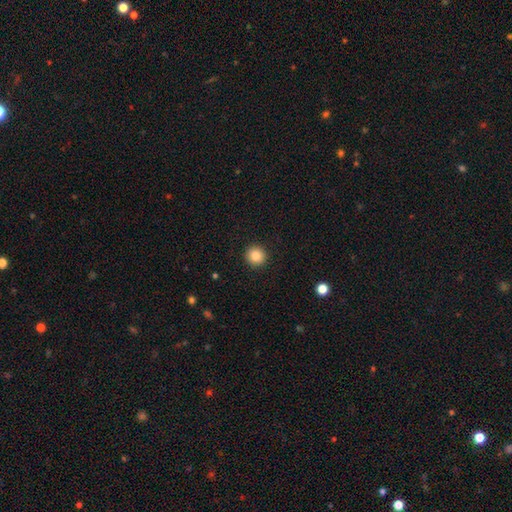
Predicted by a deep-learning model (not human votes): This appears to be a smooth galaxy with no disk features (85%) that is round (95%). Merging: none (93%).